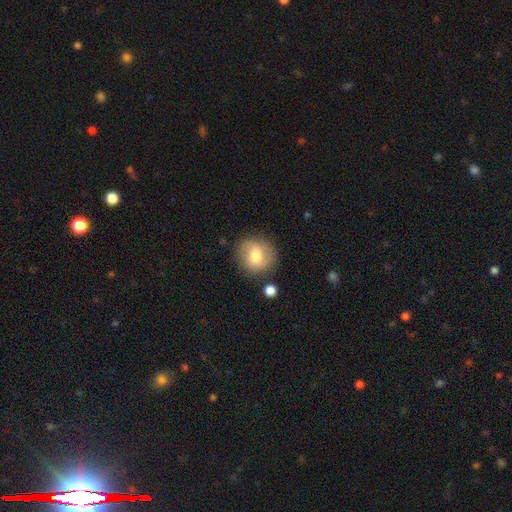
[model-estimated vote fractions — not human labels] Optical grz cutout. It shows a smooth galaxy with no disk features (68%) that is round (88%). Merging: none (80%).